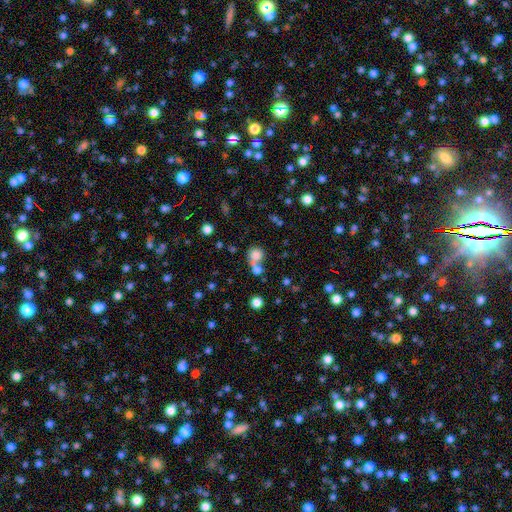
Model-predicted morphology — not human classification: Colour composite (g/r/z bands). It shows a smooth galaxy with no disk features (75%) that is round (82%). Merging: merger (47%).